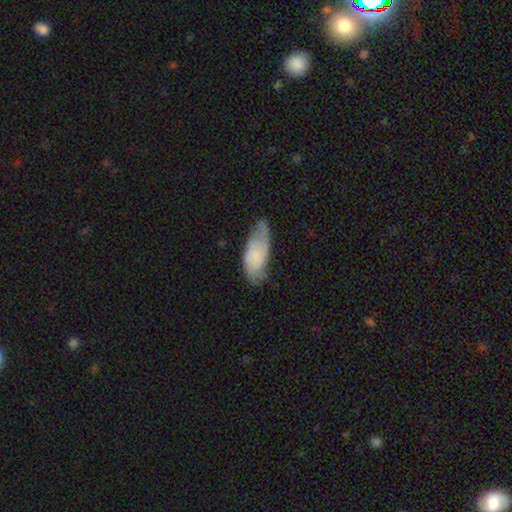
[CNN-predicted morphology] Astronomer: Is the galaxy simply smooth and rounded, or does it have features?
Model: smooth — 65%.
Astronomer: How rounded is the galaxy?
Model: in between — 82%.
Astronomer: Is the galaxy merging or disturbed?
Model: none — 50% (runner-up: minor disturbance, 37%).